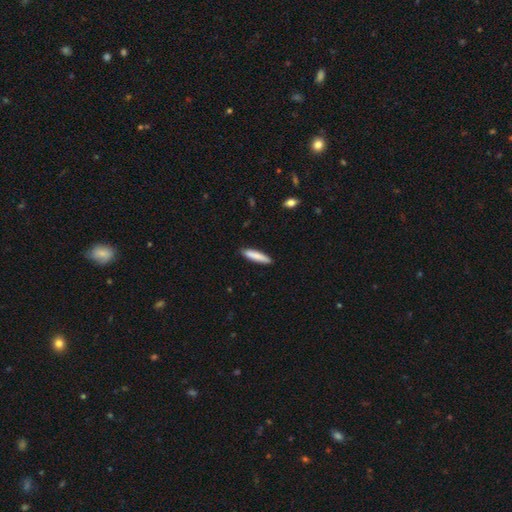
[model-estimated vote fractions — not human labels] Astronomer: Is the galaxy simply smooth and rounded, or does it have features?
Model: smooth — 84%.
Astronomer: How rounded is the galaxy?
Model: cigar-shaped — 85%.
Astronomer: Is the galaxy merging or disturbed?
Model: none — 89%.